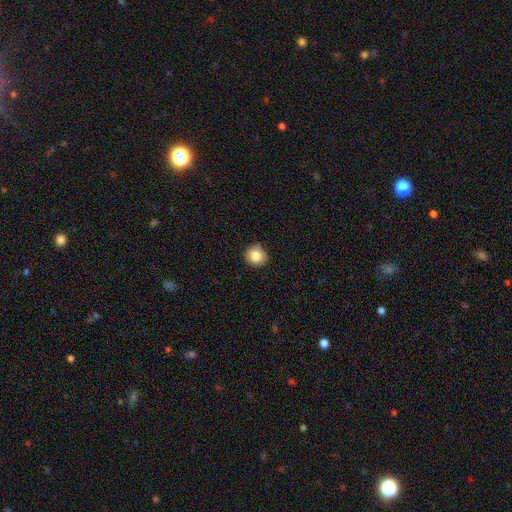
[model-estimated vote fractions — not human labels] Q: Smooth or featured?
A: smooth (84%); runner-up: star or artifact (10%)
Q: How rounded?
A: round (88%); runner-up: in between (11%)
Q: Merging?
A: none (85%); runner-up: minor disturbance (12%)